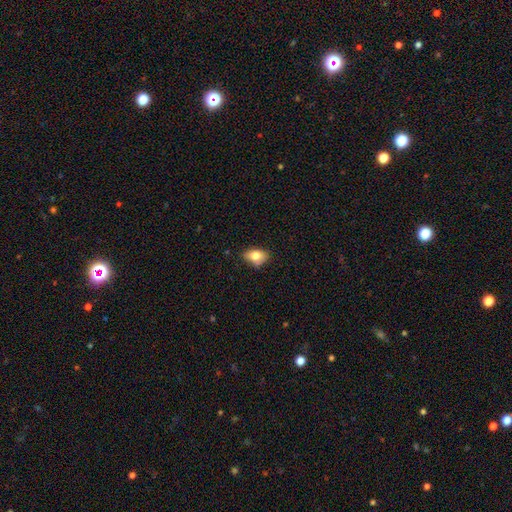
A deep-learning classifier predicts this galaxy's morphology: A smooth galaxy with no disk features (77%) that is in between round and cigar-shaped (83%). Merging: none (66%).